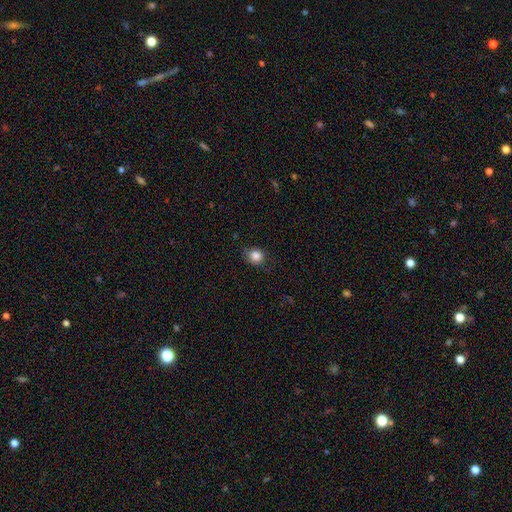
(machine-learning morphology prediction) smooth_or_featured: smooth (p=0.84) [alt: star or artifact p=0.10]
how_rounded: round (p=0.74) [alt: in between p=0.26]
merging: none (p=0.76) [alt: minor disturbance p=0.19]